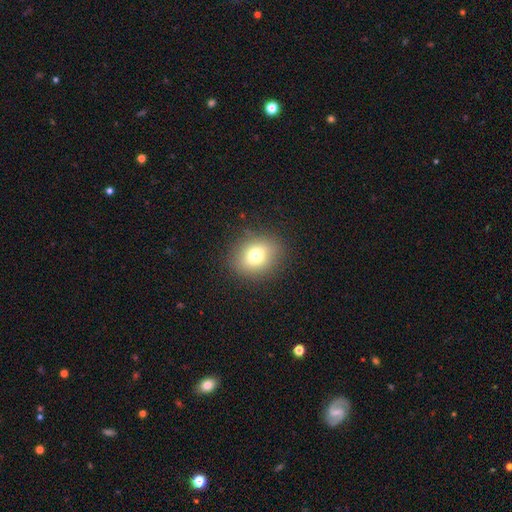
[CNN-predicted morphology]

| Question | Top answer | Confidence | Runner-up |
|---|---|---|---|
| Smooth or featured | smooth | 75% | featured or disk (13%) |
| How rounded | round | 53% | in between (46%) |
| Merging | none | 86% | minor disturbance (10%) |